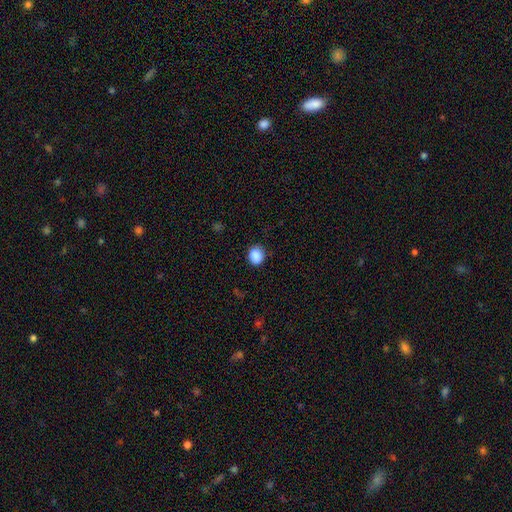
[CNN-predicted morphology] This appears to be a smooth galaxy with no disk features (88%) that is round (73%). Merging: none (84%).